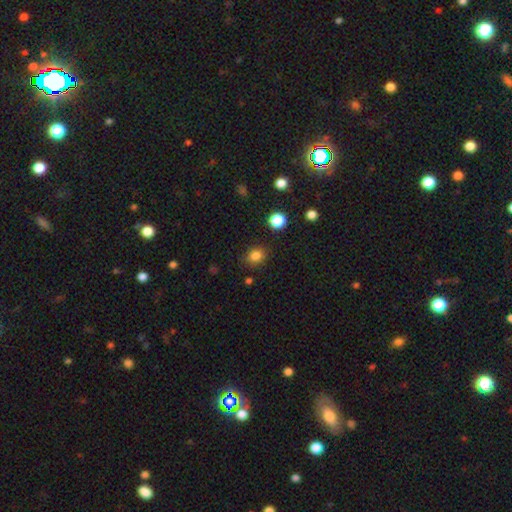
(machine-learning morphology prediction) Q: Smooth or featured?
A: smooth (82%); runner-up: star or artifact (13%)
Q: How rounded?
A: round (63%); runner-up: in between (36%)
Q: Merging?
A: none (84%); runner-up: minor disturbance (10%)